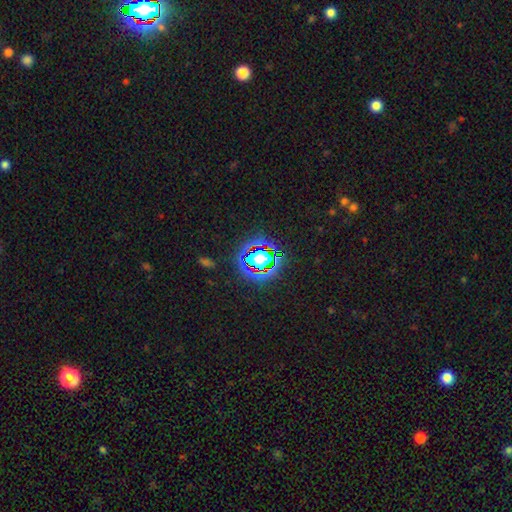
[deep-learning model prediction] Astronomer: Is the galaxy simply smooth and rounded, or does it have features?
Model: star or artifact — 80%.